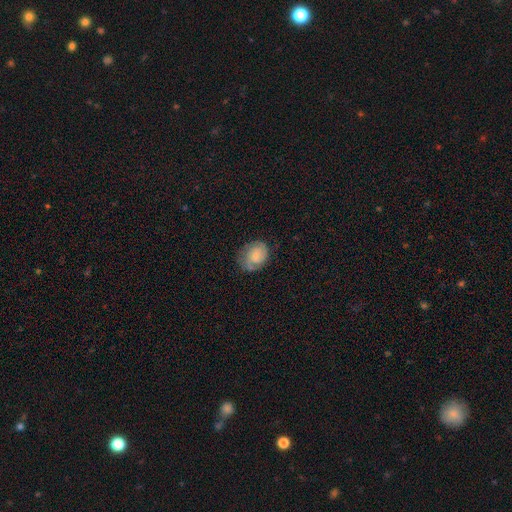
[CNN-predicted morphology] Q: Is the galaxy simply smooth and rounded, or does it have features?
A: smooth — 46%, tied with featured or disk.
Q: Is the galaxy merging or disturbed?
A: none — 64%.